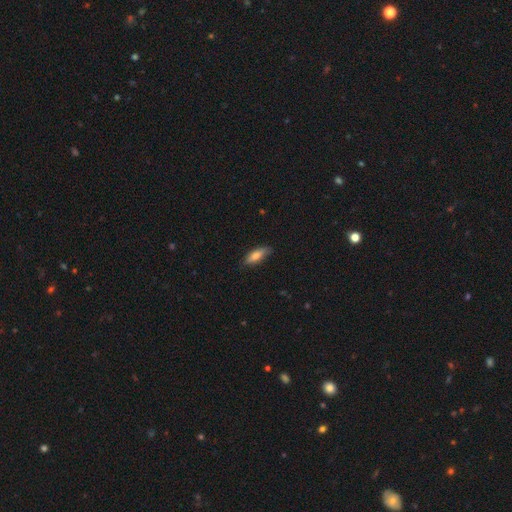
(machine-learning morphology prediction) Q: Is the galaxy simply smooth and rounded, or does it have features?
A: smooth — 76%.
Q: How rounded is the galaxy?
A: in between — 61%.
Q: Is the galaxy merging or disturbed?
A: none — 81%.